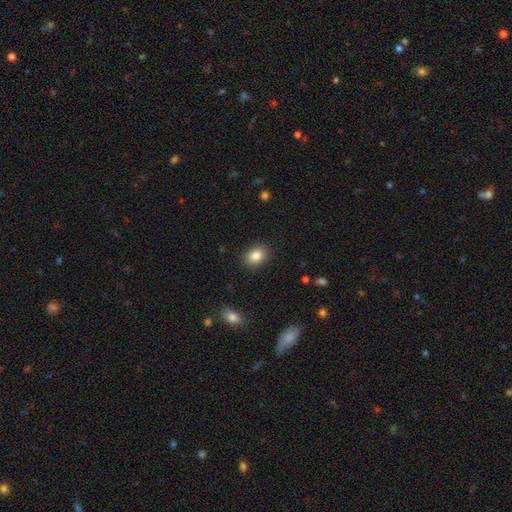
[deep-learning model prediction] Smooth or featured? smooth (86%)
How rounded? in between (65%)
Merging? none (87%)